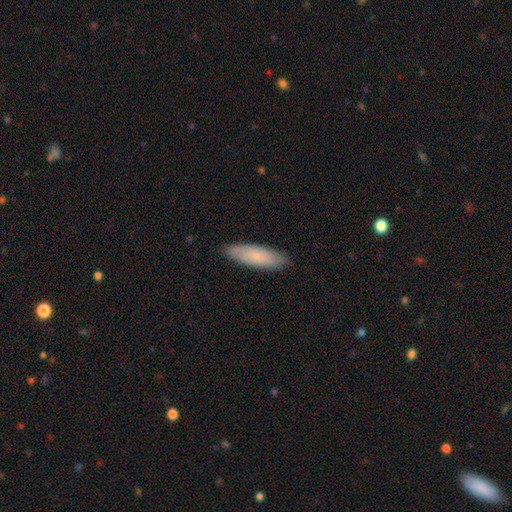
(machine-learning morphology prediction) A smooth galaxy with no disk features (81%) that is cigar-shaped (51%).

Vote fractions:
- Smooth or featured? smooth: 81% / featured or disk: 13% / star or artifact: 6%
- How rounded? cigar-shaped: 51% / in between: 47% / round: 2%
- Merging? none: 88% / minor disturbance: 10% / major disturbance: 2% / merger: 1%